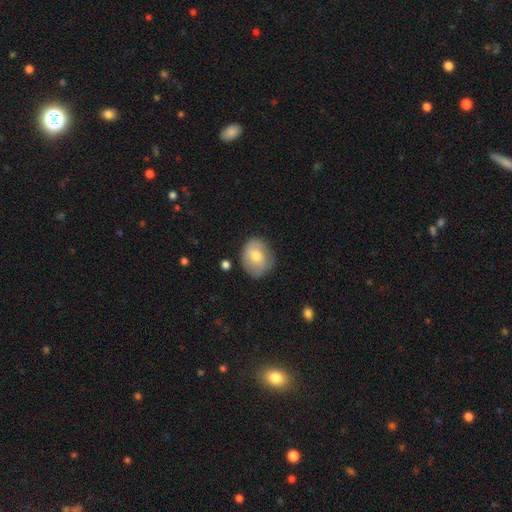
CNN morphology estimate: Overall: smooth (70%). How rounded: round (61%; in between 38%). Merging: none (74%).